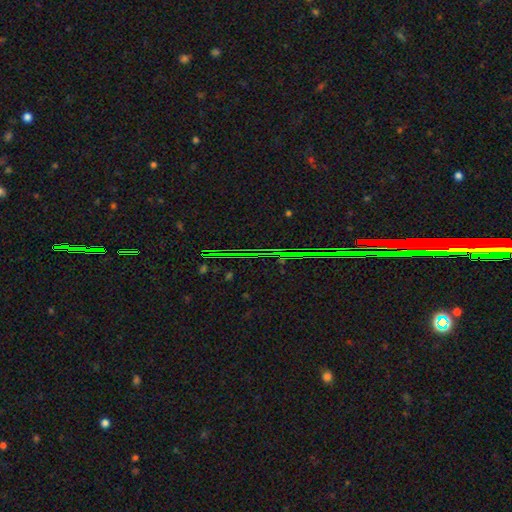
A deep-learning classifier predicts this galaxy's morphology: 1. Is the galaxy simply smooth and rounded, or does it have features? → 82% star or artifact, 9% smooth, 9% featured or disk.